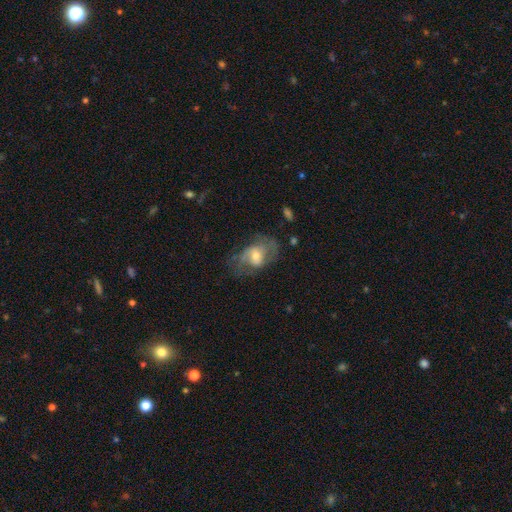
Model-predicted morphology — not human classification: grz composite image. It shows a featured or disk galaxy (61%) with no bar (56%), spiral arms (73%) and a moderate central bulge (57%). Merging: none (51%).